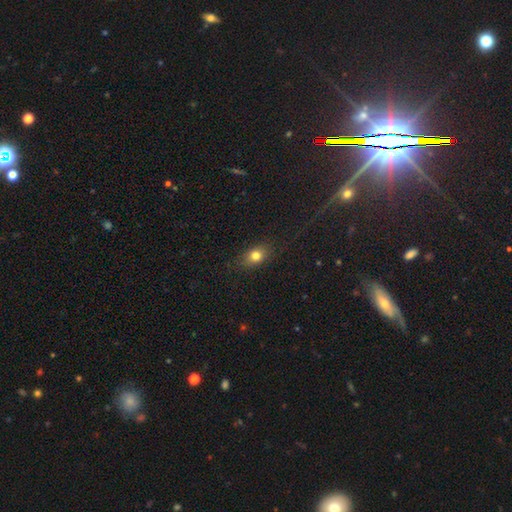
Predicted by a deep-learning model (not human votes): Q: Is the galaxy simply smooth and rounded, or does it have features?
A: smooth — 78%.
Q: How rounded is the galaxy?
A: in between — 65%.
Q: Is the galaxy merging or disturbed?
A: none — 83%.